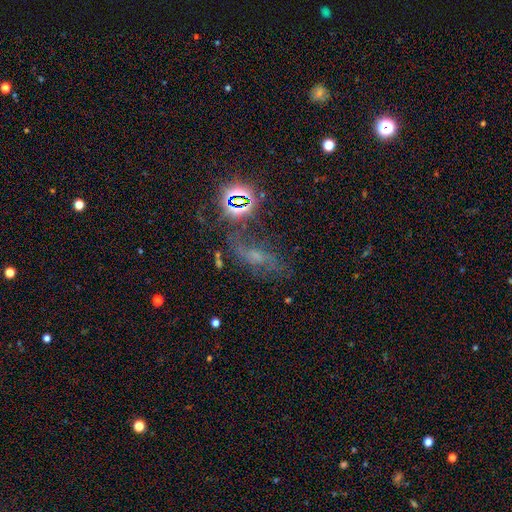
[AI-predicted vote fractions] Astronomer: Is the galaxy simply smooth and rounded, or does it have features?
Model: featured or disk — 44% (runner-up: star or artifact, 31%).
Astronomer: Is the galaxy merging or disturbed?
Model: none — 51%.